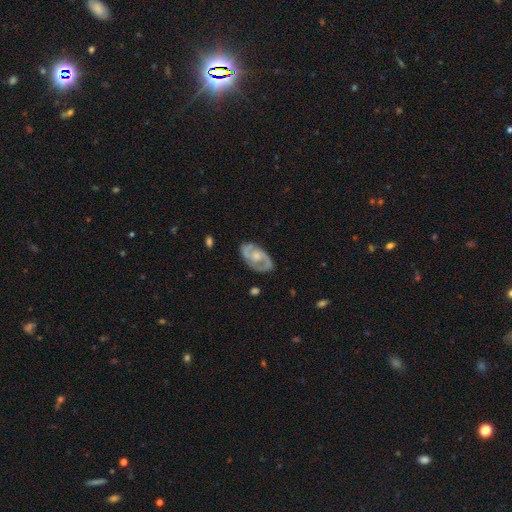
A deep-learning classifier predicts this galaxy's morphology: A featured or disk galaxy (78%) with no bar (66%), 2 (82%) medium (46%) spiral arms (85%) and a moderate central bulge (47%). Merging: none (78%).